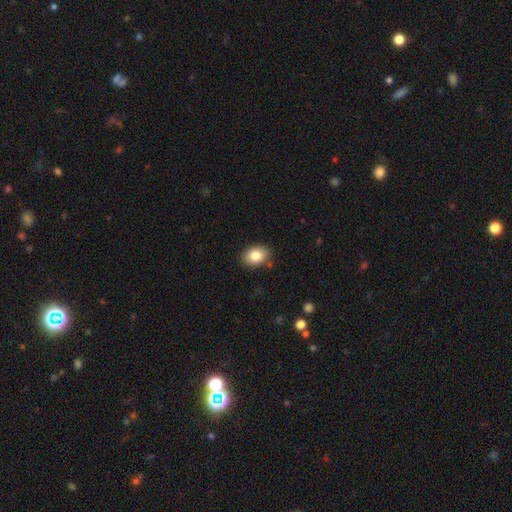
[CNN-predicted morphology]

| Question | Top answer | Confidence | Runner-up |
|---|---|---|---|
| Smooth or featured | smooth | 85% | star or artifact (8%) |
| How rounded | in between | 76% | round (23%) |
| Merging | none | 86% | minor disturbance (10%) |